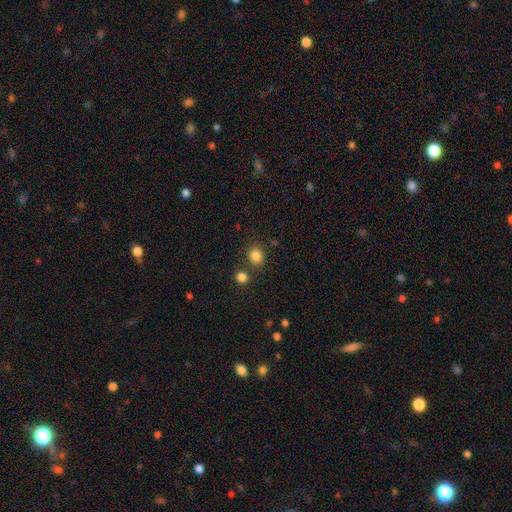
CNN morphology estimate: Smooth or featured?
  - smooth: 84% *
  - star or artifact: 12%
  - featured or disk: 5%
How rounded?
  - round: 70% *
  - in between: 29%
  - cigar-shaped: 1%
Merging?
  - none: 73% *
  - merger: 14%
  - minor disturbance: 10%
  - major disturbance: 4%